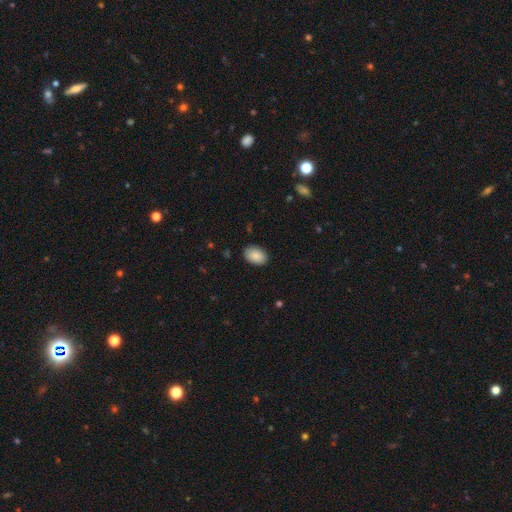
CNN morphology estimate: A smooth galaxy with no disk features (89%) that is in between round and cigar-shaped (86%). Merging: none (87%).